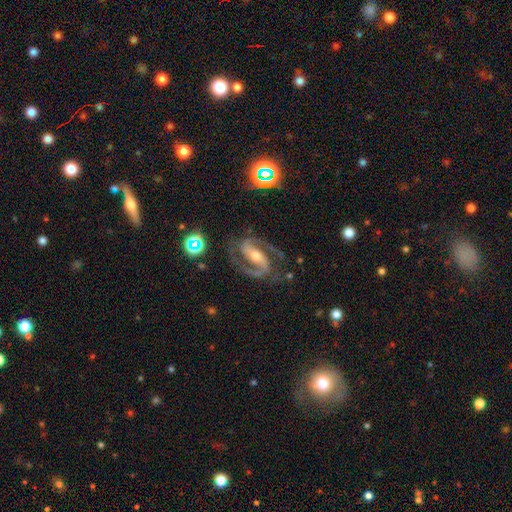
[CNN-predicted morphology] Smooth or featured: featured or disk — 91% (star or artifact — 6%)
Edge-on disk: no — 97% (yes — 3%)
Bar: strong — 56% (weak — 29%)
Spiral arms: yes — 98% (no — 2%)
Spiral winding: medium — 61% (tight — 25%)
Spiral arm count: 2 — 93% (can't tell — 2%)
Bulge size: moderate — 55% (small — 39%)
Merging: none — 78% (minor disturbance — 13%)